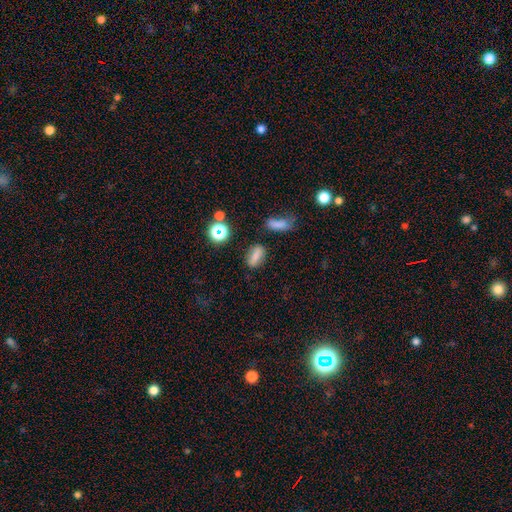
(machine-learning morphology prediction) Overall: smooth (73%). How rounded: in between (69%). Merging: none (77%).